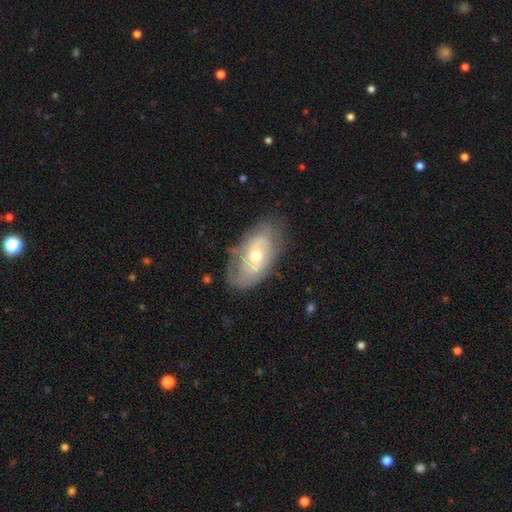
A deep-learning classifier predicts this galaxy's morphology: type=featured or disk (63%); edge-on=no (91%); bar=no (67%); spiral arms=yes (61%); bulge=moderate (65%); merging=none (64%).